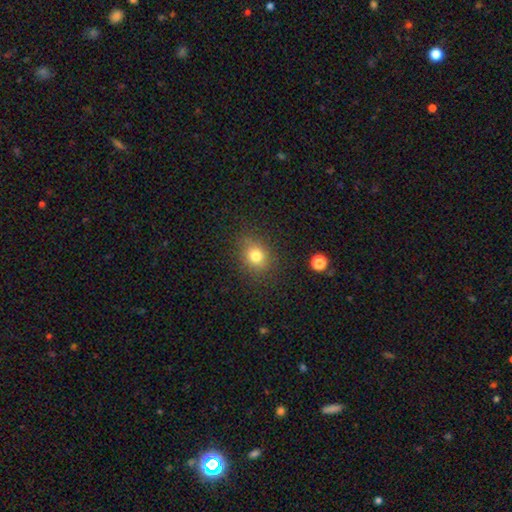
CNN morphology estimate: smooth-or-featured: smooth: 78% | star or artifact: 13% | featured or disk: 8%
  how-rounded: round: 66% | in between: 33% | cigar-shaped: 1%
  merging: none: 83% | minor disturbance: 12% | major disturbance: 4% | merger: 2%